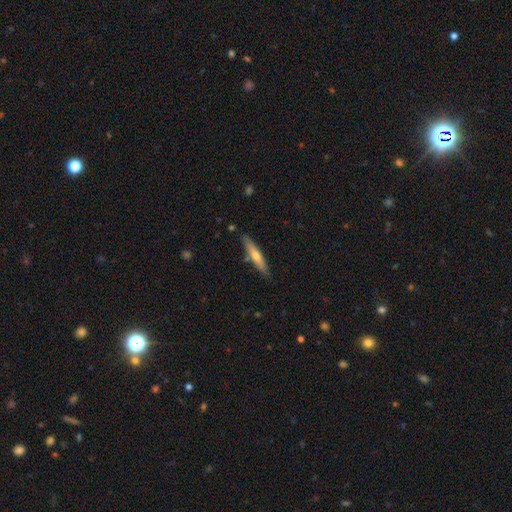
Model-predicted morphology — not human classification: smooth-or-featured: featured or disk: 49% | smooth: 44% | star or artifact: 6%
  merging: none: 85% | minor disturbance: 10% | merger: 3% | major disturbance: 2%